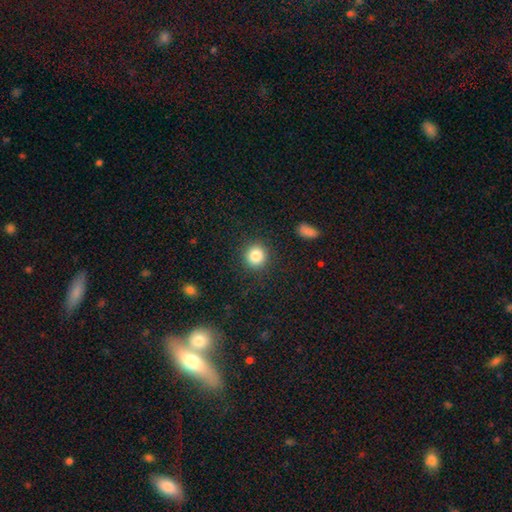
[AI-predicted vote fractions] Overall: smooth (85%). How rounded: round (90%). Merging: none (90%).